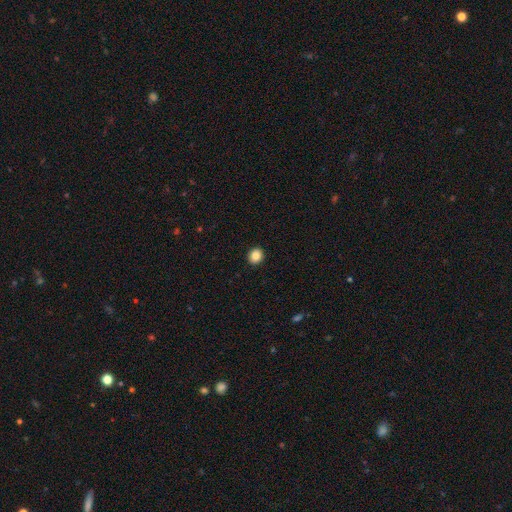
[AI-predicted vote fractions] This is clearly a smooth galaxy (86%). How rounded: likely round (72%). Merging: clearly none (92%).